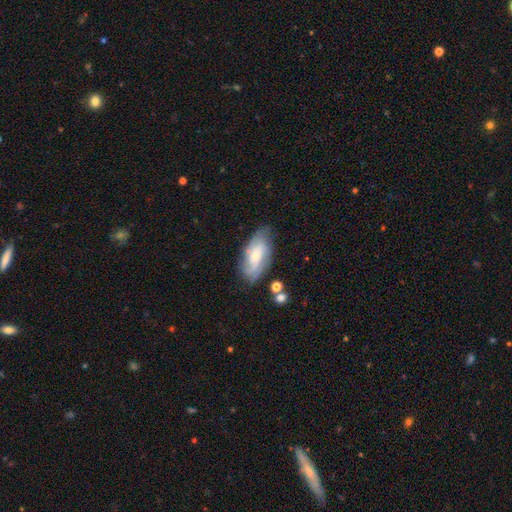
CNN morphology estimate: Smooth or featured? Predicted: featured or disk (p=0.63). Edge-on disk? Predicted: no (p=0.92). Bar? Predicted: no (p=0.63). Spiral arms? Predicted: yes (p=0.87). Spiral winding? Predicted: tight (p=0.49). Spiral arm count? Predicted: can't tell (p=0.39). Bulge size? Predicted: small (p=0.63). Merging? Predicted: none (p=0.69).